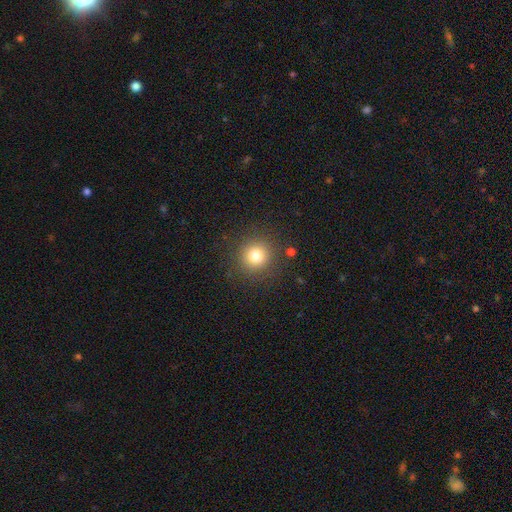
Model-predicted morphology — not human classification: Q: Smooth or featured?
A: smooth (79%); runner-up: star or artifact (14%)
Q: How rounded?
A: round (93%); runner-up: in between (6%)
Q: Merging?
A: none (88%); runner-up: minor disturbance (7%)